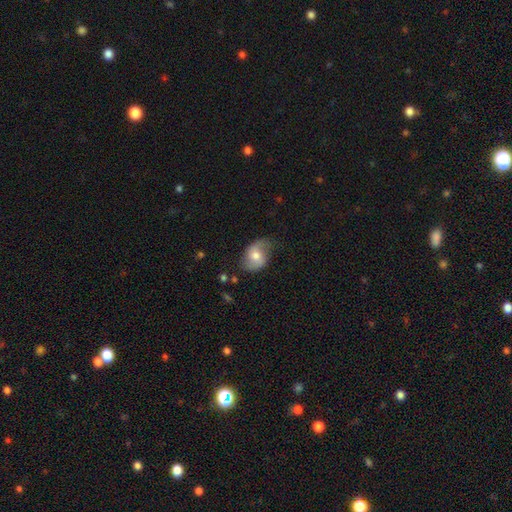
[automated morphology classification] smooth 47%, featured or disk 46%, star or artifact 7%. Down the decision tree: merging — none (58%).